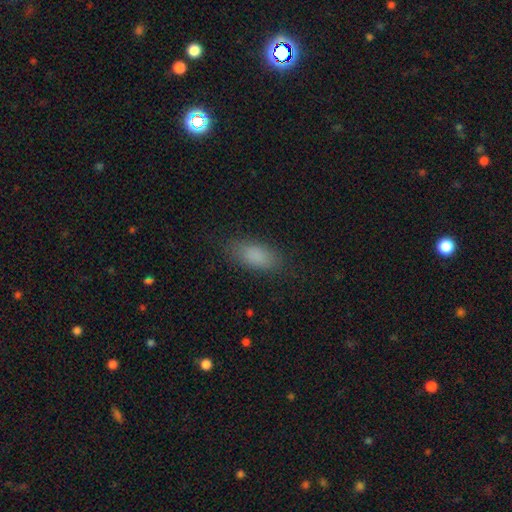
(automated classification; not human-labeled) The model was most divided on "merging": none: 82%, minor disturbance: 13%, major disturbance: 4%, merger: 1%. More confident: smooth or featured — smooth (86%); how rounded — in between (86%).